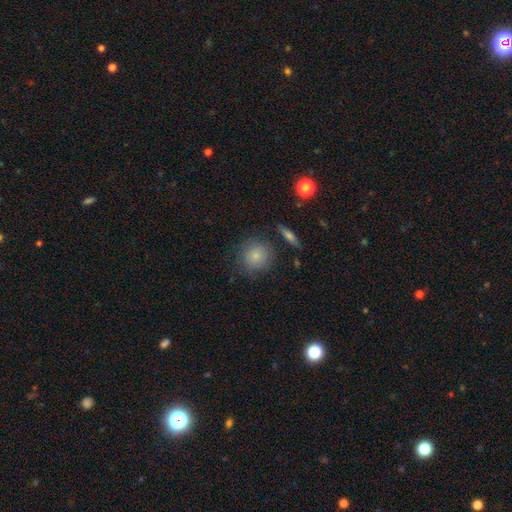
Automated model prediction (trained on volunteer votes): Overall: smooth (81%). How rounded: round (90%). Merging: none (78%).